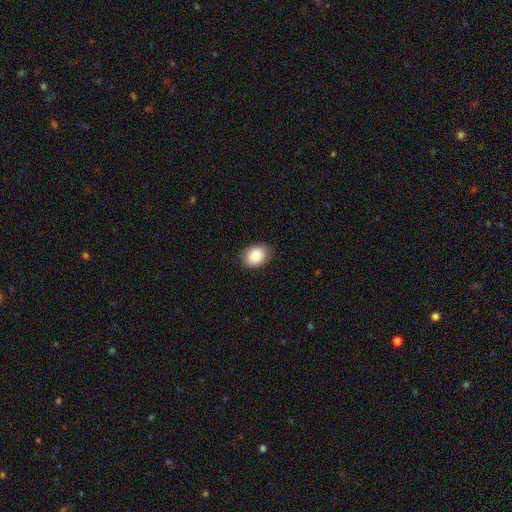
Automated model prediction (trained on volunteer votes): This appears to be a smooth galaxy with no disk features (86%) that is in between round and cigar-shaped (64%). Merging: none (85%).